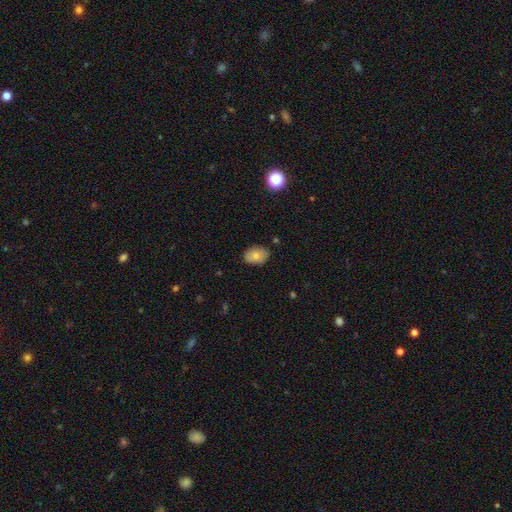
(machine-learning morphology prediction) This is likely a smooth galaxy (78%). How rounded: clearly in between (81%). Merging: clearly none (84%).